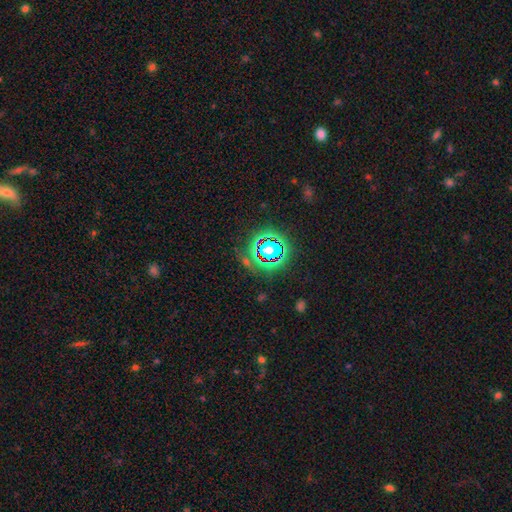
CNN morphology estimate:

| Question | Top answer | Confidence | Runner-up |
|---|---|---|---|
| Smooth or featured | star or artifact | 79% | smooth (12%) |